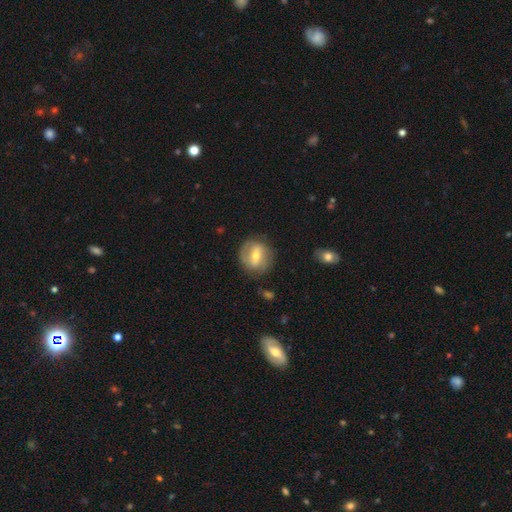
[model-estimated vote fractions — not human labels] Morphology: type=featured or disk (55%); edge-on=no (94%); bar=weak (41%); spiral arms=yes (56%); bulge=moderate (60%); merging=none (79%).